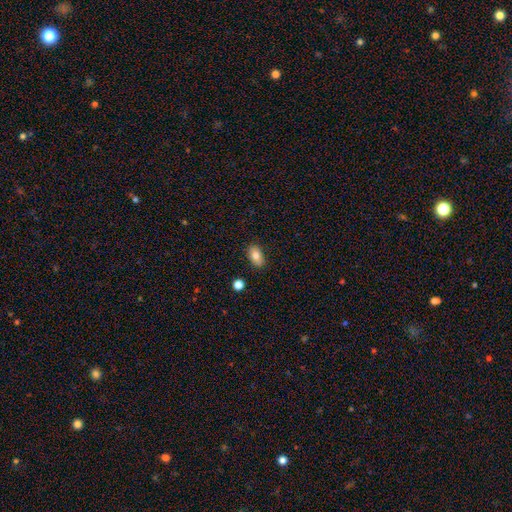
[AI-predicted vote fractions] Q: Smooth or featured?
A: smooth (80%); runner-up: featured or disk (11%)
Q: How rounded?
A: in between (89%); runner-up: round (8%)
Q: Merging?
A: none (86%); runner-up: minor disturbance (10%)